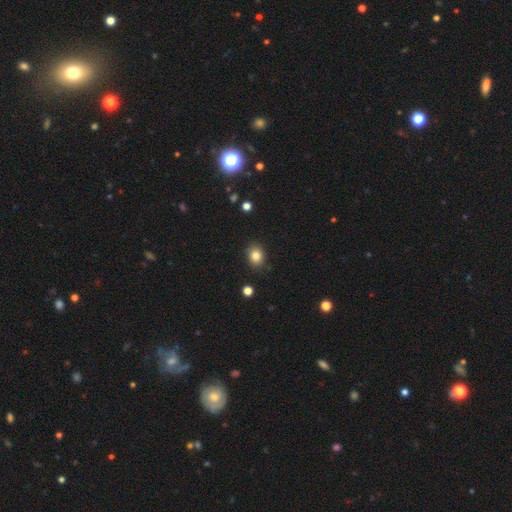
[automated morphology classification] Smooth or featured: smooth — 84% (star or artifact — 10%)
How rounded: round — 55% (in between — 44%)
Merging: none — 86% (minor disturbance — 10%)